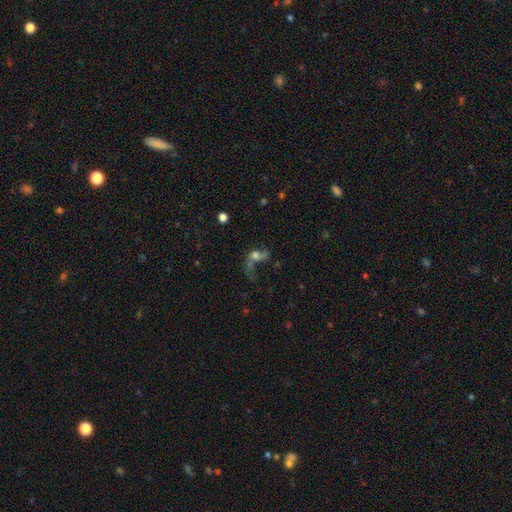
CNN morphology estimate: featured or disk 44%, smooth 40%, star or artifact 16%. Down the decision tree: merging — major disturbance (45%).